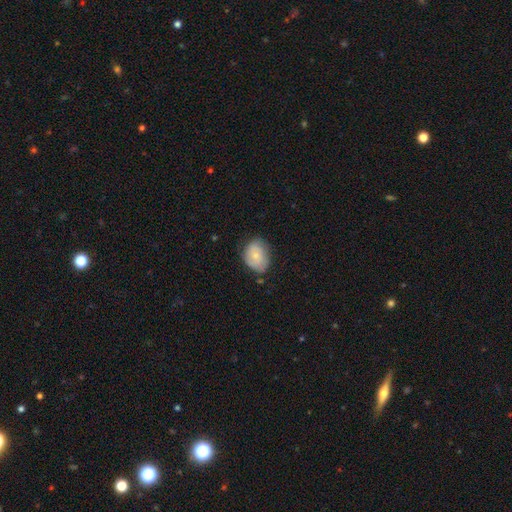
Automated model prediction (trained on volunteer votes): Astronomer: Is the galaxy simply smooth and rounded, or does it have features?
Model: smooth — 67%.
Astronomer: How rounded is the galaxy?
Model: in between — 63%.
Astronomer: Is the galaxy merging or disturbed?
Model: none — 62%.